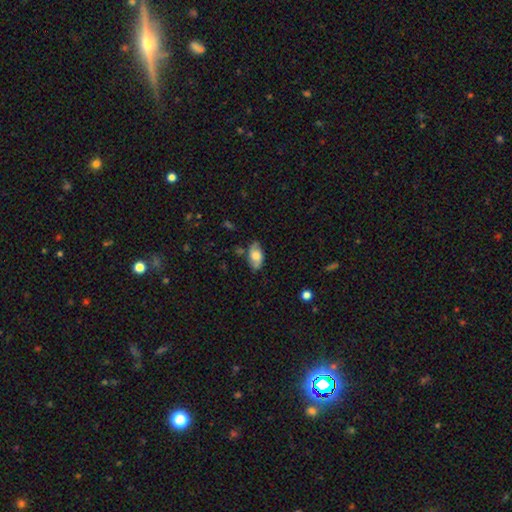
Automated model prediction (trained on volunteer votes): smooth-or-featured: smooth: 61% | featured or disk: 31% | star or artifact: 7%
  how-rounded: in between: 92% | round: 5% | cigar-shaped: 4%
  merging: none: 76% | minor disturbance: 18% | major disturbance: 4% | merger: 2%